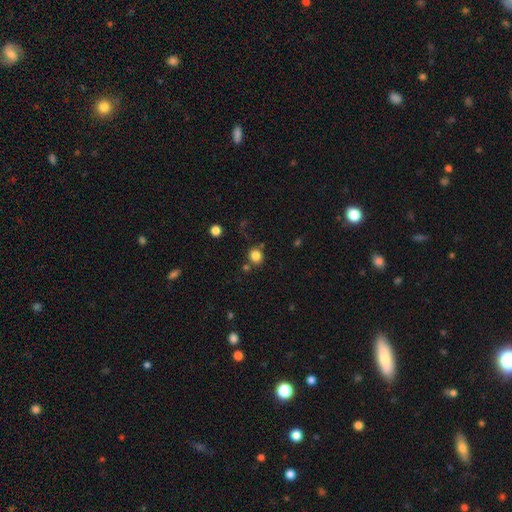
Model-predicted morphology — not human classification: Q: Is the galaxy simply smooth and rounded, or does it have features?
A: smooth — 82%.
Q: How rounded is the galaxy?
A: round — 86%.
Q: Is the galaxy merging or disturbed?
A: none — 77%.